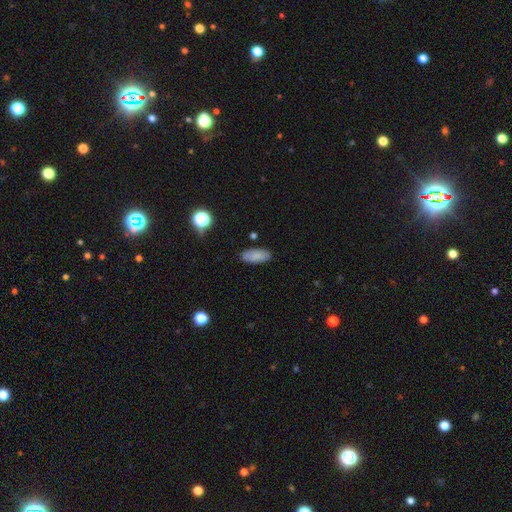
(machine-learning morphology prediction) This appears to be a smooth galaxy with no disk features (84%) that is in between round and cigar-shaped (87%). Merging: none (85%).